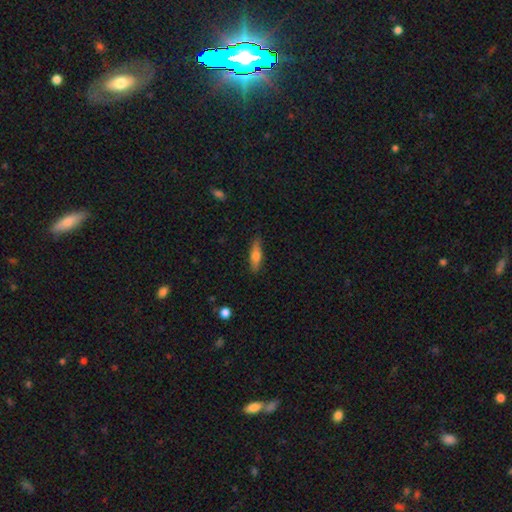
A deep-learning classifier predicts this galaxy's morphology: smooth 63%, featured or disk 30%, star or artifact 7%. Down the decision tree: how rounded — cigar-shaped (62%); merging — none (85%).